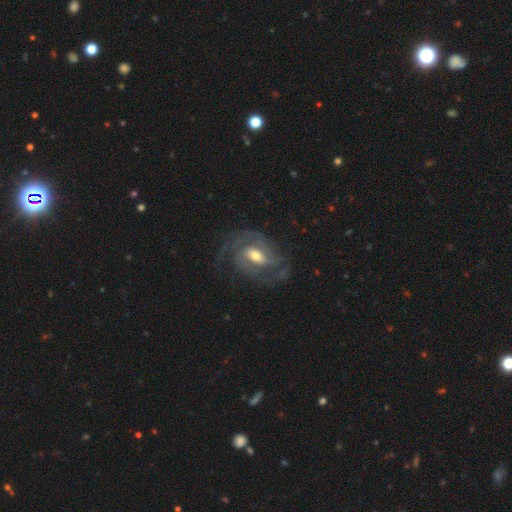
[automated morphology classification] This appears to be a featured or disk galaxy (86%) with a weak bar (46%), 2 (48%) tight (44%, tied with medium) spiral arms (95%) and a moderate central bulge (61%). Merging: none (66%).